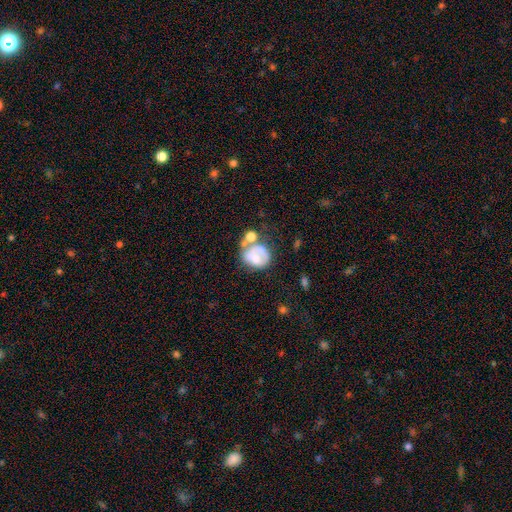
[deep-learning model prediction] Smooth or featured?
  - featured or disk: 47% *
  - smooth: 43%
  - star or artifact: 10%
Merging?
  - merger: 30% *
  - none: 29%
  - major disturbance: 21%
  - minor disturbance: 19%